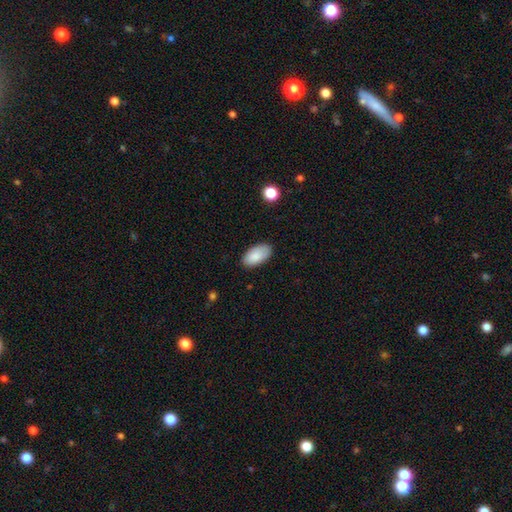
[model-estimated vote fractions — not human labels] Smooth or featured?
  - smooth: 87% *
  - star or artifact: 7%
  - featured or disk: 6%
How rounded?
  - in between: 95% *
  - round: 2%
  - cigar-shaped: 2%
Merging?
  - none: 84% *
  - minor disturbance: 13%
  - major disturbance: 2%
  - merger: 1%